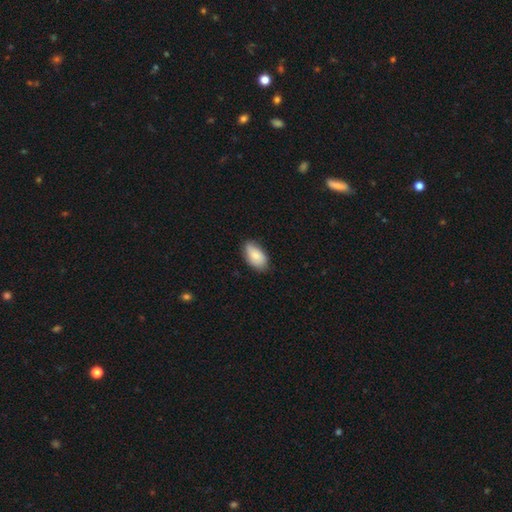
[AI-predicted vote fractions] Smooth or featured? Predicted: smooth (p=0.81). How rounded? Predicted: in between (p=0.94). Merging? Predicted: none (p=0.79).